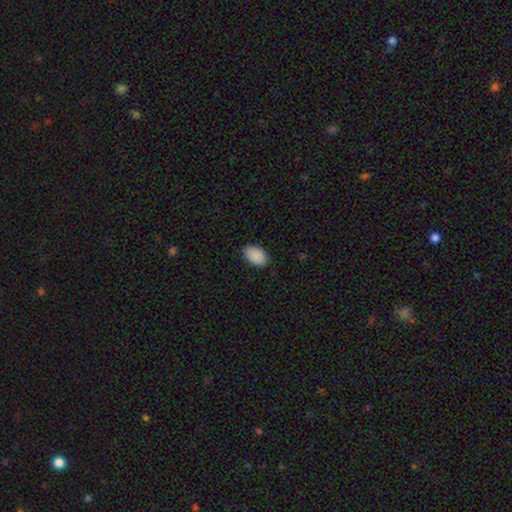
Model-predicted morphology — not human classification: This appears to be a smooth galaxy with no disk features (91%) that is in between round and cigar-shaped (92%). Merging: none (88%).